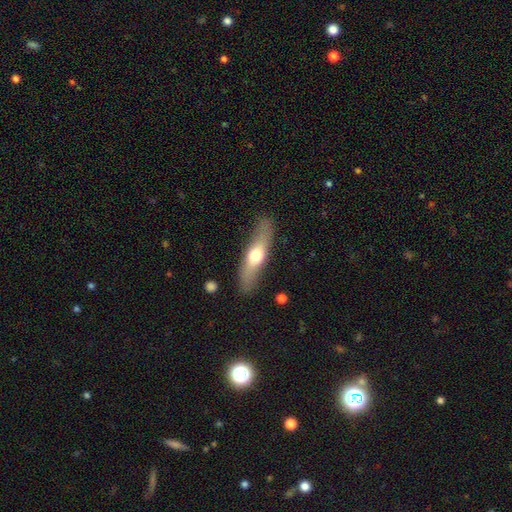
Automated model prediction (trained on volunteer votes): A smooth galaxy with no disk features (49%). Merging: none (84%).